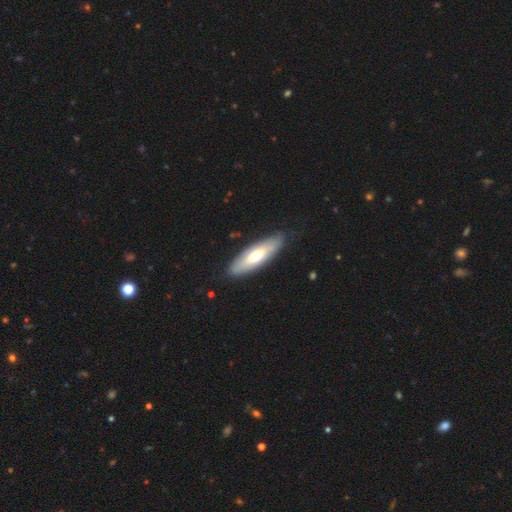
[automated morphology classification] Smooth or featured?
  - smooth: 61% *
  - featured or disk: 34%
  - star or artifact: 5%
How rounded?
  - in between: 50% *
  - cigar-shaped: 48%
  - round: 2%
Merging?
  - none: 84% *
  - minor disturbance: 12%
  - major disturbance: 3%
  - merger: 1%